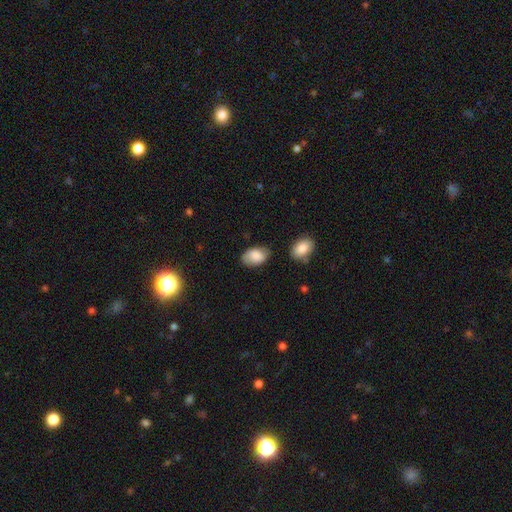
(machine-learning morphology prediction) type=smooth (79%); roundness=in between (91%); merging=none (71%).